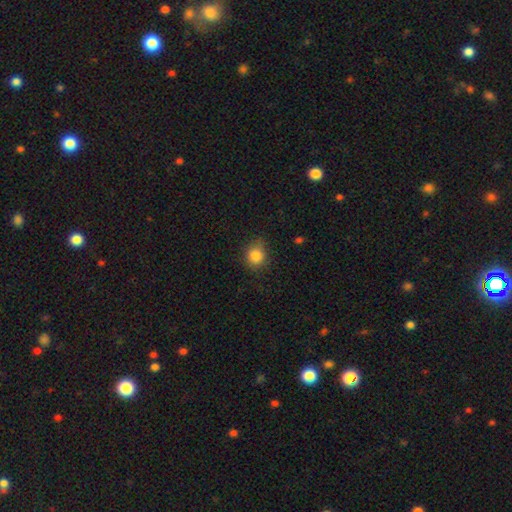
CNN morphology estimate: The model was most divided on "how rounded": round: 78%, in between: 21%, cigar-shaped: 1%. More confident: smooth or featured — smooth (85%); merging — none (76%).